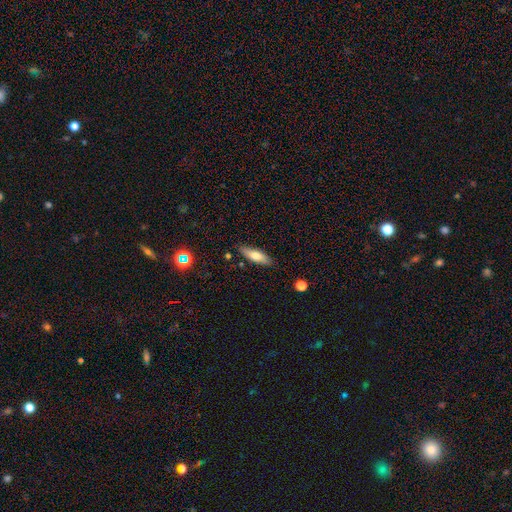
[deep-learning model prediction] smooth 68%, featured or disk 24%, star or artifact 7%. Down the decision tree: how rounded — in between (49%, tied with cigar-shaped); merging — none (84%).